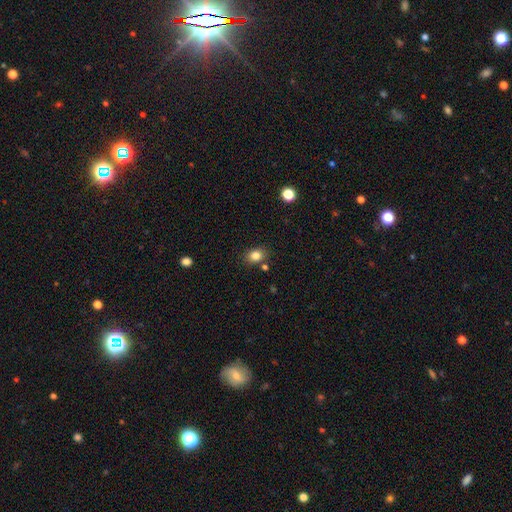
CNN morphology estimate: smooth-or-featured: smooth: 82% | star or artifact: 11% | featured or disk: 7%
  how-rounded: in between: 60% | round: 39% | cigar-shaped: 1%
  merging: none: 80% | minor disturbance: 11% | merger: 6% | major disturbance: 3%